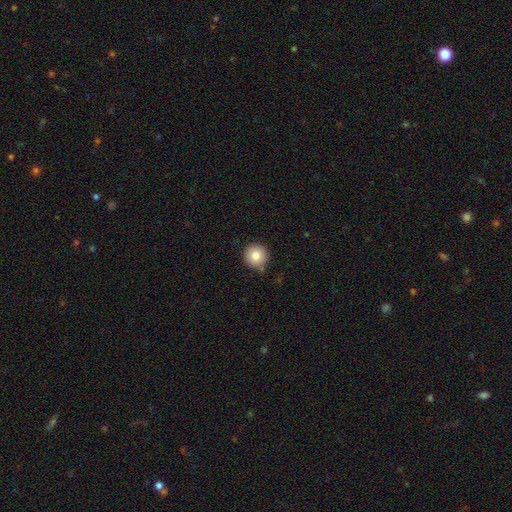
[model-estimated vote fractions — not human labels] Smooth or featured? smooth (82%)
How rounded? round (95%)
Merging? none (82%)